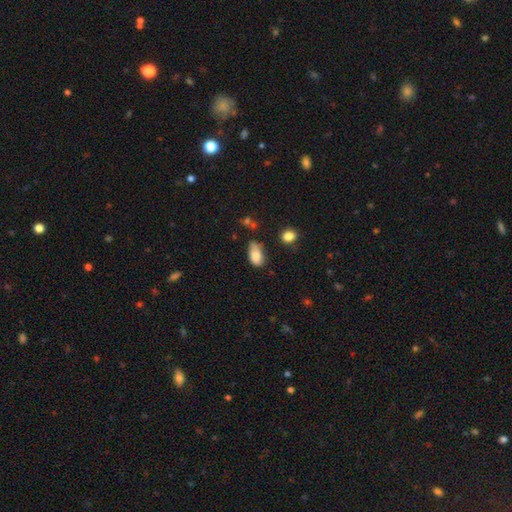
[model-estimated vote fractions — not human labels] smooth 81%, featured or disk 11%, star or artifact 9%. Down the decision tree: how rounded — in between (91%); merging — minor disturbance (41%).